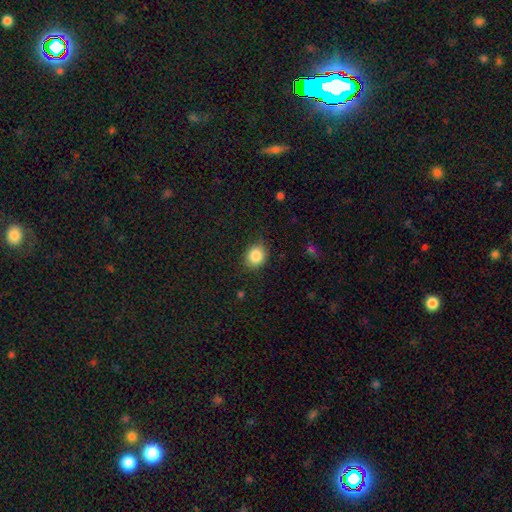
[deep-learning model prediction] smooth 86%, star or artifact 9%, featured or disk 5%. Down the decision tree: how rounded — round (62%); merging — none (83%).